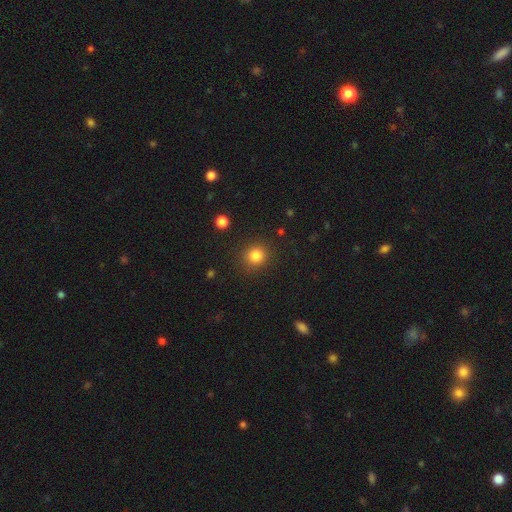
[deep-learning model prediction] Smooth or featured? Predicted: smooth (p=0.83). How rounded? Predicted: round (p=0.90). Merging? Predicted: none (p=0.89).